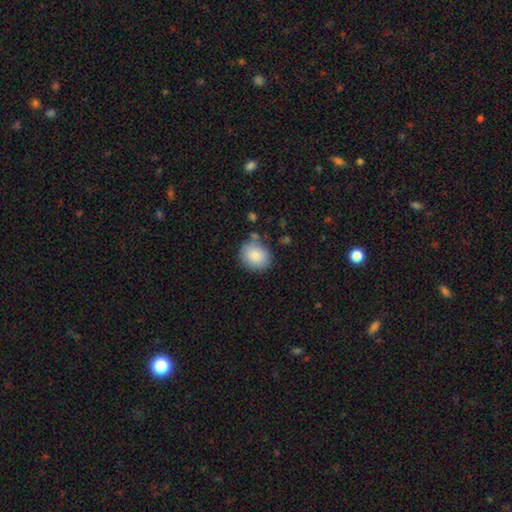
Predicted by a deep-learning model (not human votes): Smooth or featured? smooth (86%)
How rounded? round (66%)
Merging? none (75%)